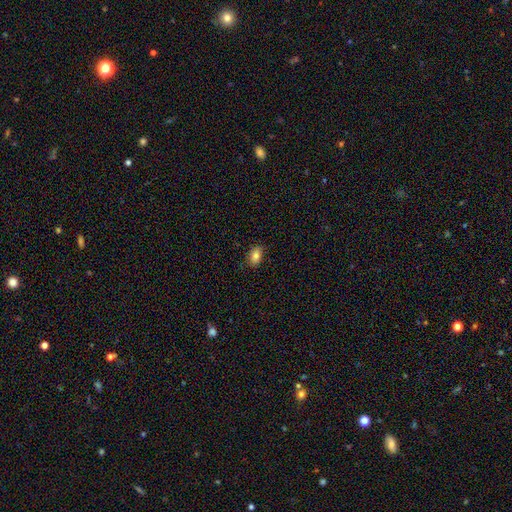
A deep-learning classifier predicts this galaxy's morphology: Smooth or featured: smooth — 82% (featured or disk — 9%)
How rounded: in between — 87% (round — 11%)
Merging: none — 82% (minor disturbance — 15%)